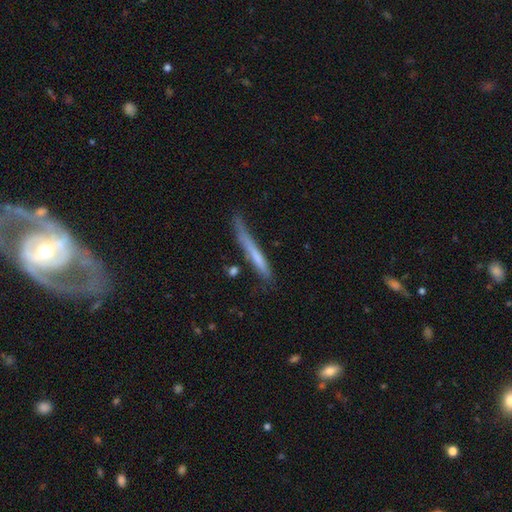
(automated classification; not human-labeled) This is possibly a smooth galaxy (60%). How rounded: clearly cigar-shaped (96%). Merging: likely none (60%).